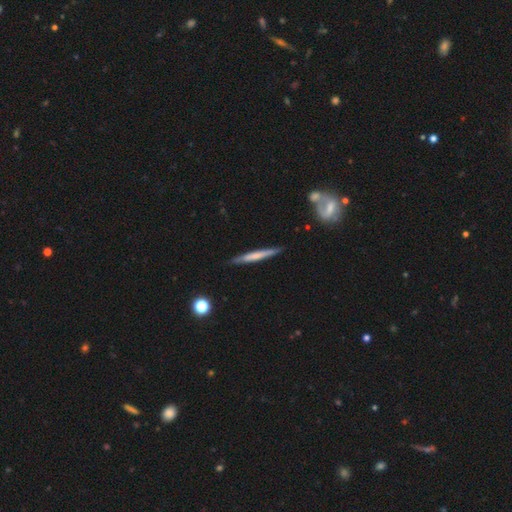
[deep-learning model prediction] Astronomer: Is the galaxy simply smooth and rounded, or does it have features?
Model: smooth — 52% (runner-up: featured or disk, 42%).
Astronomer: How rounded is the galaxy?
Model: cigar-shaped — 96%.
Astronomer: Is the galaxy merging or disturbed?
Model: none — 87%.